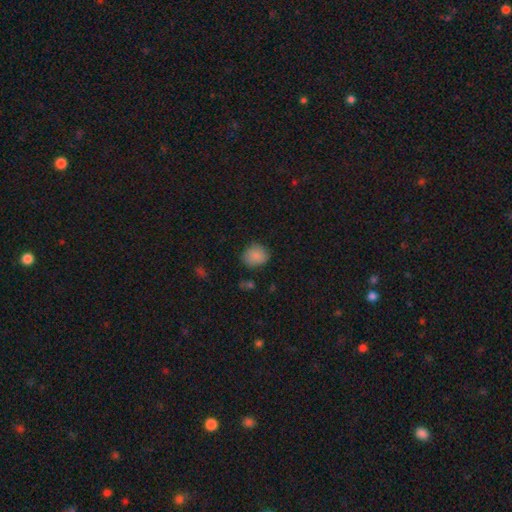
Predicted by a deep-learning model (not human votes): smooth-or-featured: smooth: 86% | star or artifact: 9% | featured or disk: 5%
  how-rounded: round: 66% | in between: 33% | cigar-shaped: 1%
  merging: none: 78% | minor disturbance: 16% | major disturbance: 4% | merger: 2%